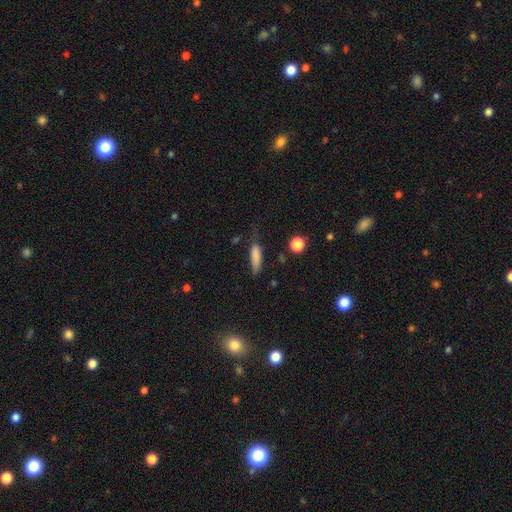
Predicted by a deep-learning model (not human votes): A smooth galaxy with no disk features (81%) that is cigar-shaped (60%). Merging: none (53%).